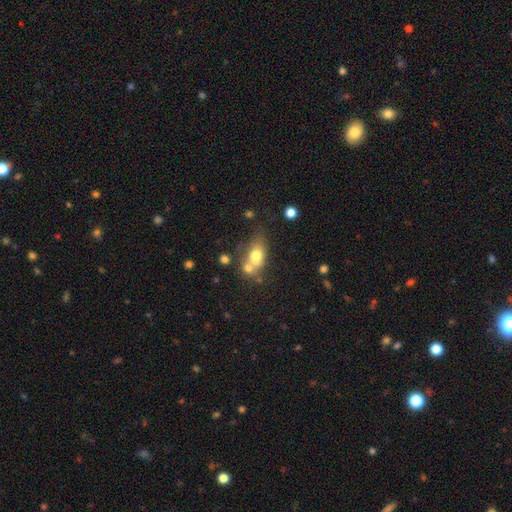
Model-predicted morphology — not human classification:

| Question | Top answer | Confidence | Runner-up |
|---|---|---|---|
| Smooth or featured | smooth | 68% | featured or disk (22%) |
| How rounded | in between | 73% | round (24%) |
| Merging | merger | 47% | none (31%) |